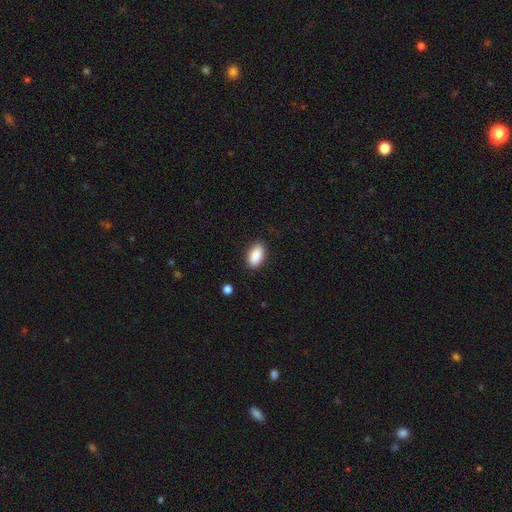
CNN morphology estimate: Overall: smooth (90%). How rounded: in between (93%). Merging: none (87%).